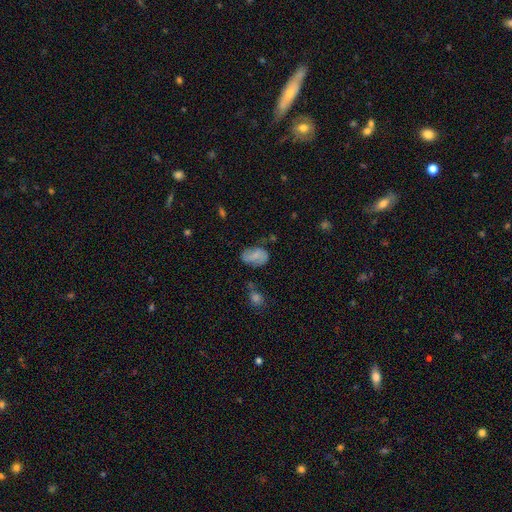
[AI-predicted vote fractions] Morphology: type=smooth (52%); roundness=in between (86%); merging=none (61%).